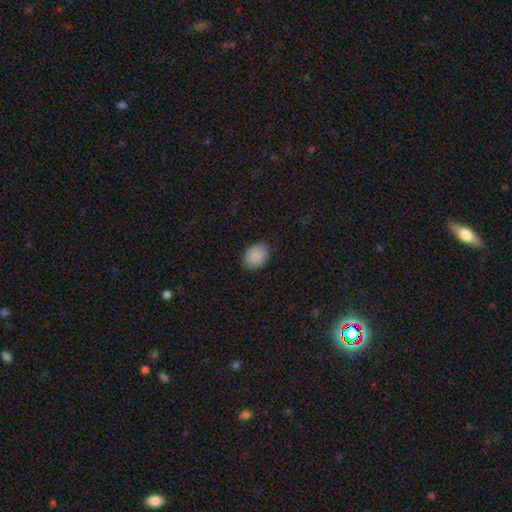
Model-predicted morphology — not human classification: This is clearly a smooth galaxy (89%). How rounded: likely in between (67%). Merging: clearly none (83%).